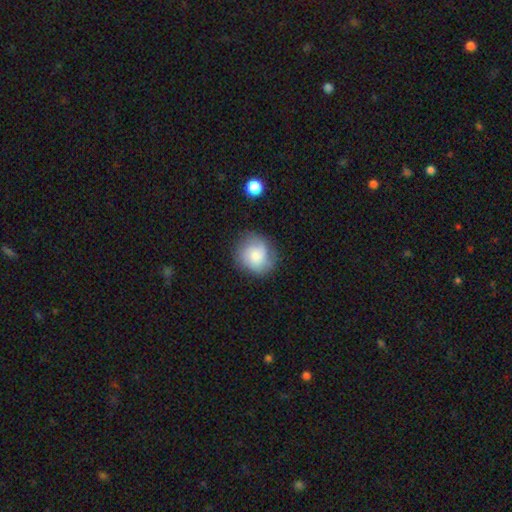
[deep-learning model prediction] smooth 61%, featured or disk 31%, star or artifact 8%. Down the decision tree: how rounded — round (83%); merging — none (71%).